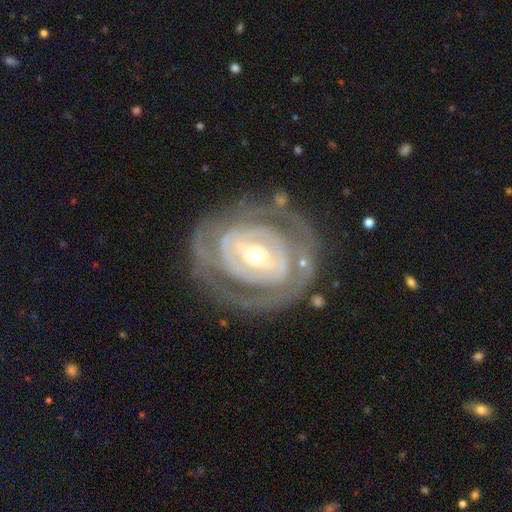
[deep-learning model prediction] Q: Smooth or featured?
A: featured or disk (84%); runner-up: smooth (11%)
Q: Edge-on disk?
A: no (96%); runner-up: yes (4%)
Q: Bar?
A: weak (37%); runner-up: strong (34%)
Q: Spiral arms?
A: yes (74%); runner-up: no (26%)
Q: Spiral winding?
A: tight (73%); runner-up: medium (20%)
Q: Spiral arm count?
A: can't tell (38%); runner-up: 2 (36%)
Q: Bulge size?
A: moderate (51%); runner-up: small (43%)
Q: Merging?
A: none (73%); runner-up: minor disturbance (15%)